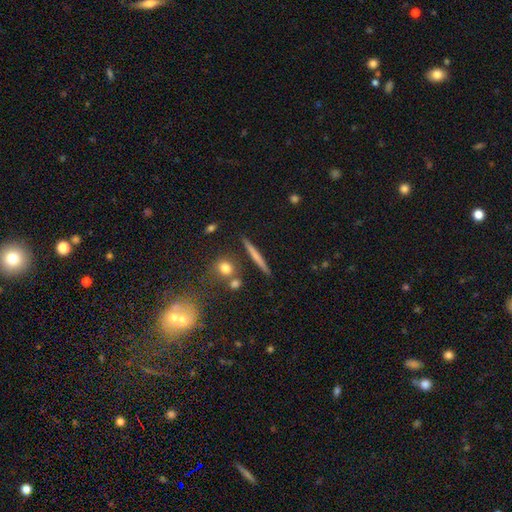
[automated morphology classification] Overall: smooth (53%; featured or disk 39%). How rounded: cigar-shaped (92%). Merging: none (87%).